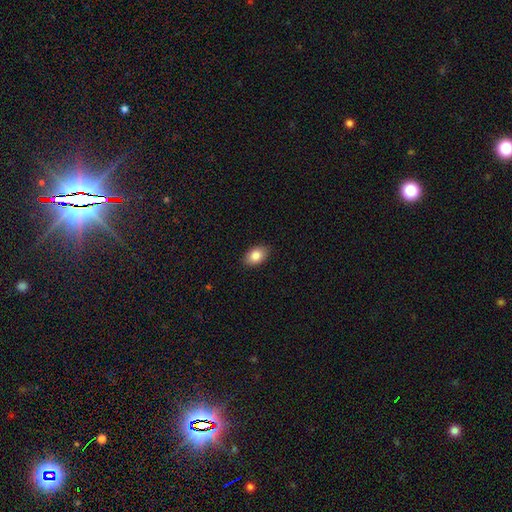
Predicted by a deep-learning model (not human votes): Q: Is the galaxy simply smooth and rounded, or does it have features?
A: smooth — 85%.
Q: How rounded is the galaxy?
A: in between — 88%.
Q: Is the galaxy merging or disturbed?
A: none — 88%.